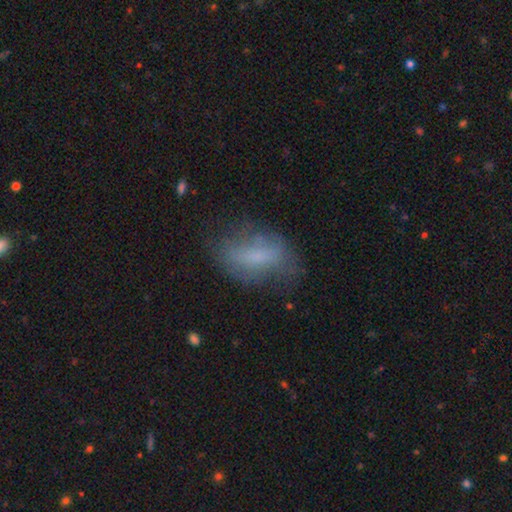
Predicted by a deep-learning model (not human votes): This is possibly a smooth galaxy (59%). How rounded: clearly in between (83%). Merging: possibly none (59%).